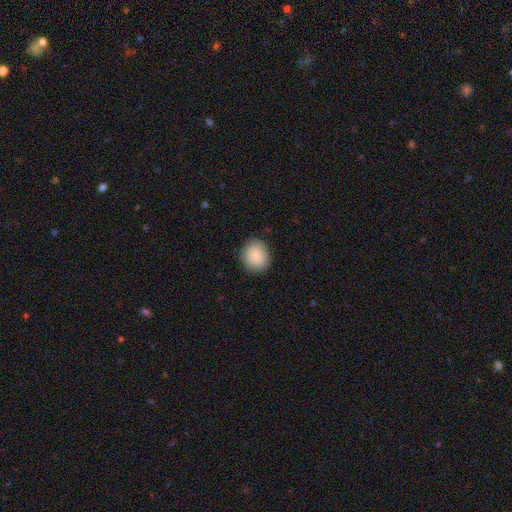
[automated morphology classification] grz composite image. It shows a smooth galaxy with no disk features (88%) that is round (77%). Merging: none (87%).